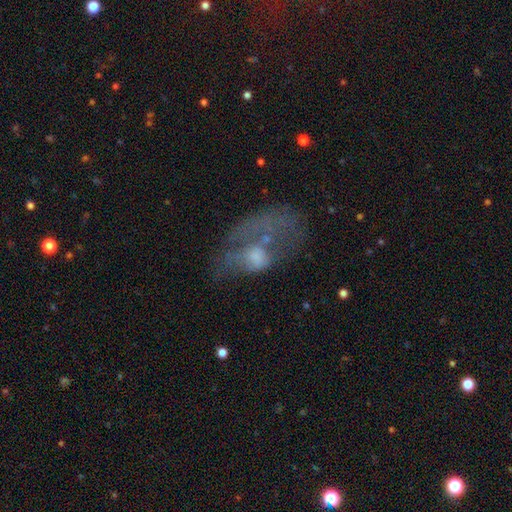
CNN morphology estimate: This is possibly a featured or disk galaxy (47%). Merging: possibly major disturbance (57%).